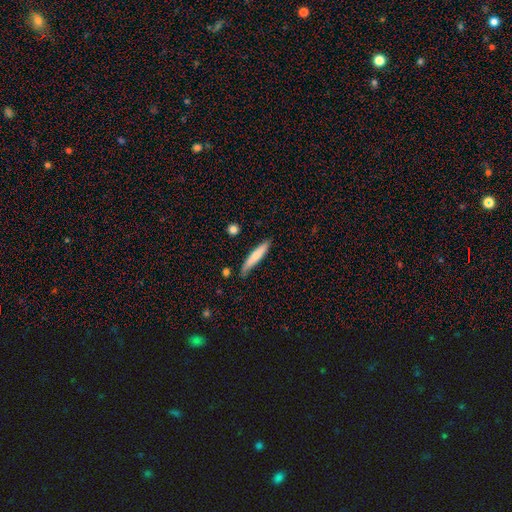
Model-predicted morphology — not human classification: Q: Smooth or featured?
A: smooth (71%); runner-up: featured or disk (24%)
Q: How rounded?
A: cigar-shaped (91%); runner-up: in between (8%)
Q: Merging?
A: none (79%); runner-up: minor disturbance (16%)